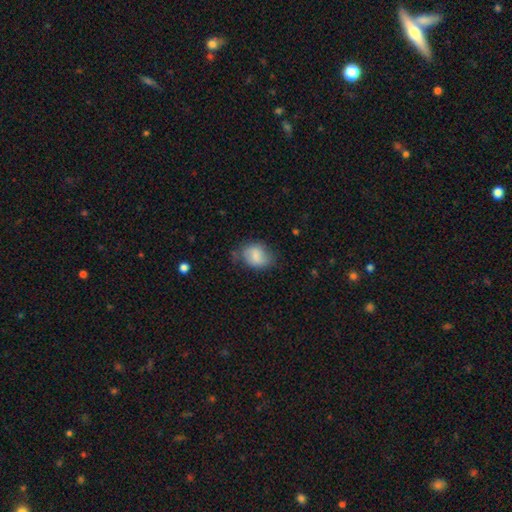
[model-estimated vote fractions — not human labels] Smooth or featured? Predicted: smooth (p=0.77). How rounded? Predicted: in between (p=0.61). Merging? Predicted: none (p=0.60).